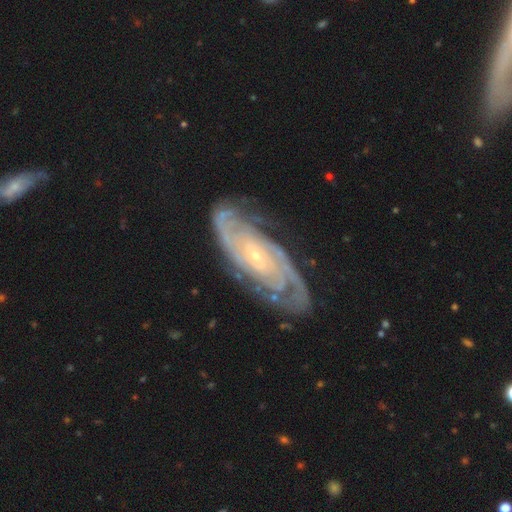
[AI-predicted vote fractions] featured or disk 89%, star or artifact 5%, smooth 5%. Down the decision tree: edge-on disk — no (93%); bar — no (63%); spiral arms — yes (98%); spiral arm count — 2 (34%); spiral winding — tight (68%); bulge size — small (81%); merging — none (77%).